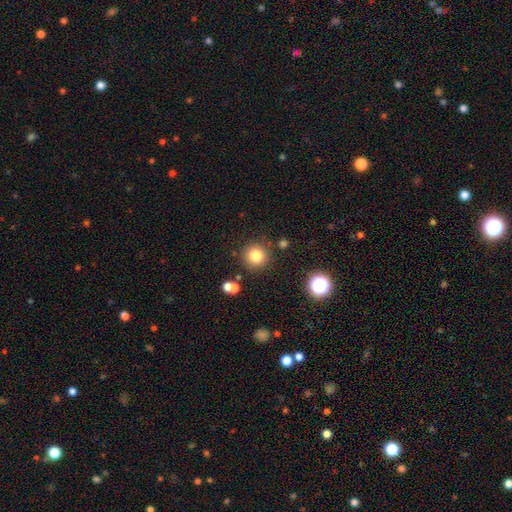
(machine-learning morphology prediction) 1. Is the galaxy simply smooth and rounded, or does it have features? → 81% smooth, 12% star or artifact, 7% featured or disk.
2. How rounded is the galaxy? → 94% round, 5% in between, 1% cigar-shaped.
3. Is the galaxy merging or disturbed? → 85% none, 8% minor disturbance, 4% merger, 3% major disturbance.